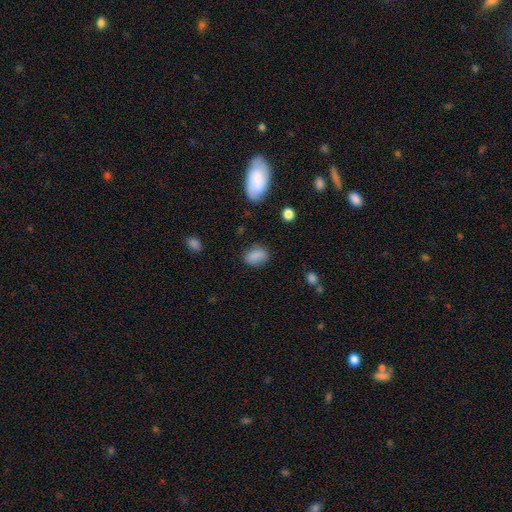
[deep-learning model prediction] Q: Smooth or featured?
A: smooth (84%); runner-up: star or artifact (10%)
Q: How rounded?
A: in between (80%); runner-up: round (18%)
Q: Merging?
A: none (78%); runner-up: minor disturbance (15%)